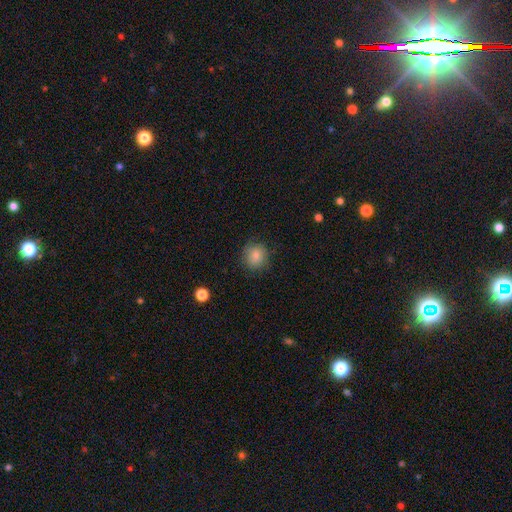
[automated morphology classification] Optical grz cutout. It shows a smooth galaxy with no disk features (82%) that is round (87%). Merging: none (83%).